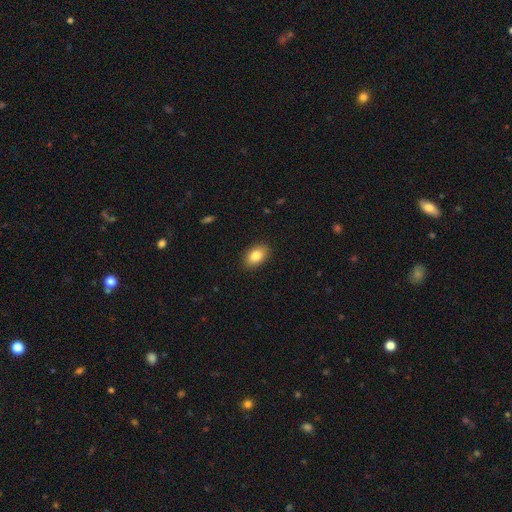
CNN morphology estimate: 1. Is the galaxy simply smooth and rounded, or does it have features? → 85% smooth, 8% star or artifact, 7% featured or disk.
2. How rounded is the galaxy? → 89% in between, 10% round, 2% cigar-shaped.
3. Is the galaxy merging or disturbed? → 89% none, 8% minor disturbance, 2% major disturbance, 1% merger.